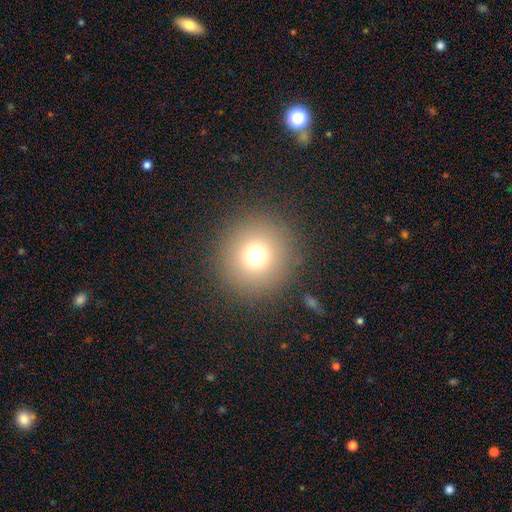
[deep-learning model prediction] The model was most divided on "smooth or featured": smooth: 72%, star or artifact: 20%, featured or disk: 9%. More confident: how rounded — round (95%); merging — none (90%).